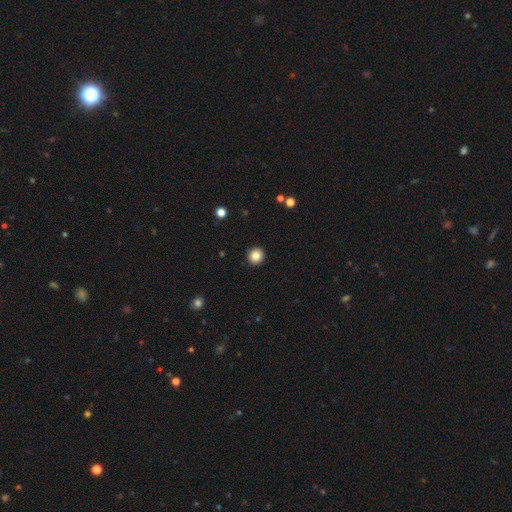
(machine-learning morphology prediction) type=smooth (85%); roundness=round (94%); merging=none (93%).